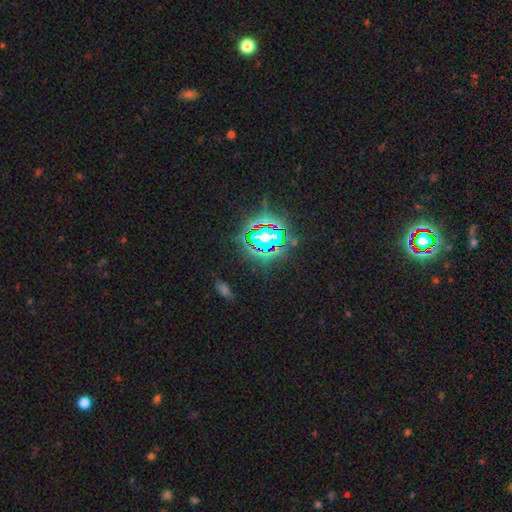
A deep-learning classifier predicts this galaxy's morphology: The model was most divided on "smooth or featured": star or artifact: 84%, smooth: 10%, featured or disk: 6%.